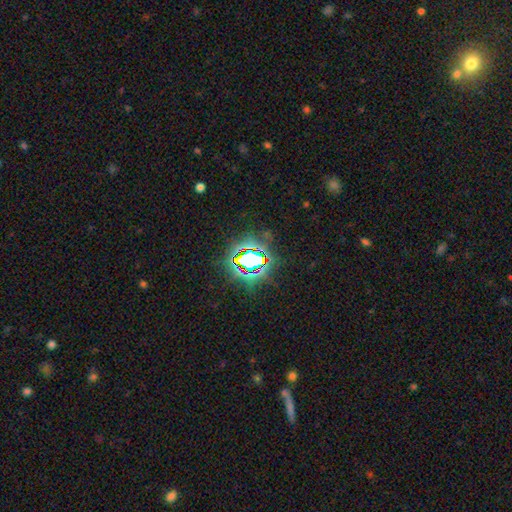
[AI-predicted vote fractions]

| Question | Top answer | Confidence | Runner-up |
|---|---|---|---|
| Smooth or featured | star or artifact | 79% | smooth (13%) |